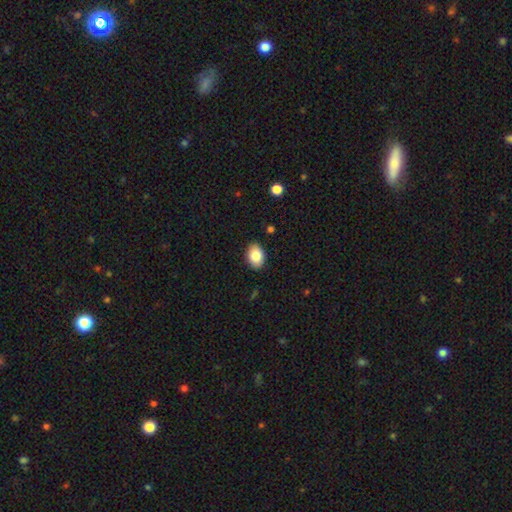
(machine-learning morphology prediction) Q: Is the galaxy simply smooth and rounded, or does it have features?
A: smooth — 86%.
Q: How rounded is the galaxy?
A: in between — 82%.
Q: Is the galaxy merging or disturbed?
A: none — 88%.